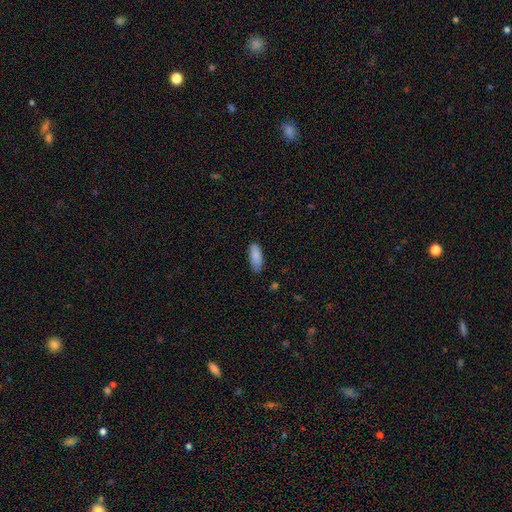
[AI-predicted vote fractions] This appears to be a smooth galaxy with no disk features (88%) that is in between round and cigar-shaped (77%). Merging: none (77%).